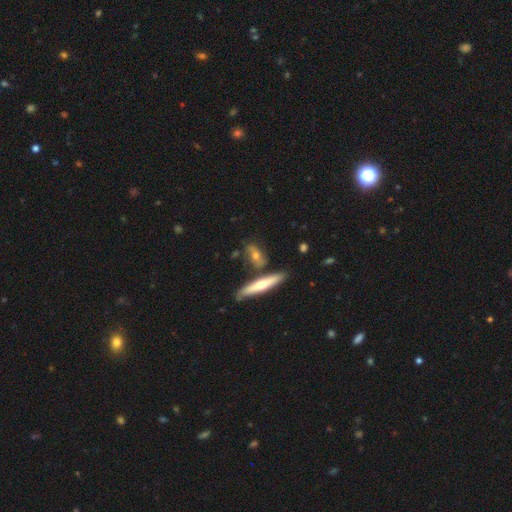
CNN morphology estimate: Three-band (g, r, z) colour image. It shows a featured or disk galaxy (52%) viewed edge-on (66%). Merging: none (67%).